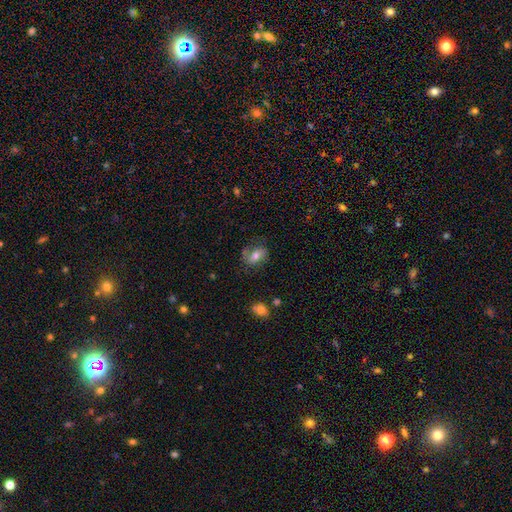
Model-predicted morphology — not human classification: This appears to be a smooth galaxy with no disk features (56%) that is in between round and cigar-shaped (77%). Merging: none (61%).